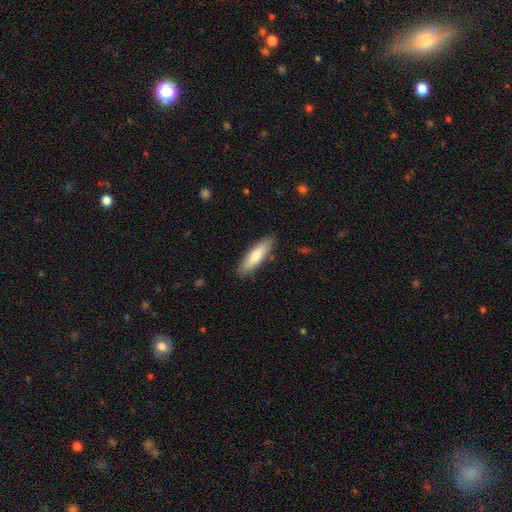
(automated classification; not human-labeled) A smooth galaxy with no disk features (73%) that is cigar-shaped (66%).

Vote fractions:
- Smooth or featured? smooth: 73% / featured or disk: 21% / star or artifact: 5%
- How rounded? cigar-shaped: 66% / in between: 32% / round: 1%
- Merging? none: 87% / minor disturbance: 9% / major disturbance: 2% / merger: 1%